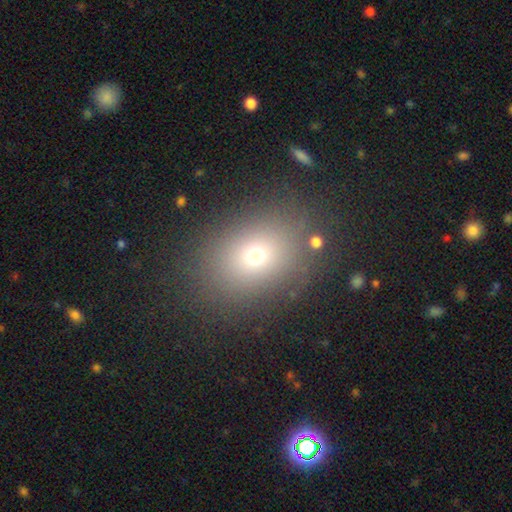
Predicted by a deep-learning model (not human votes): Smooth or featured?
  - smooth: 67% *
  - star or artifact: 20%
  - featured or disk: 13%
How rounded?
  - in between: 55% *
  - round: 43%
  - cigar-shaped: 1%
Merging?
  - none: 84% *
  - minor disturbance: 9%
  - major disturbance: 5%
  - merger: 2%